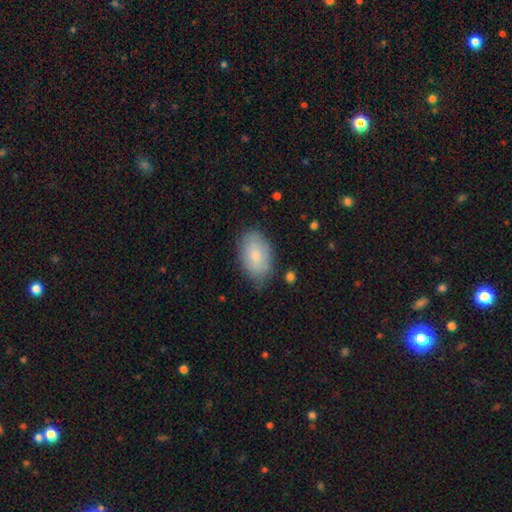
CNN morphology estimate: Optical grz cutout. It shows a smooth galaxy with no disk features (77%) that is in between round and cigar-shaped (92%). Merging: none (76%).